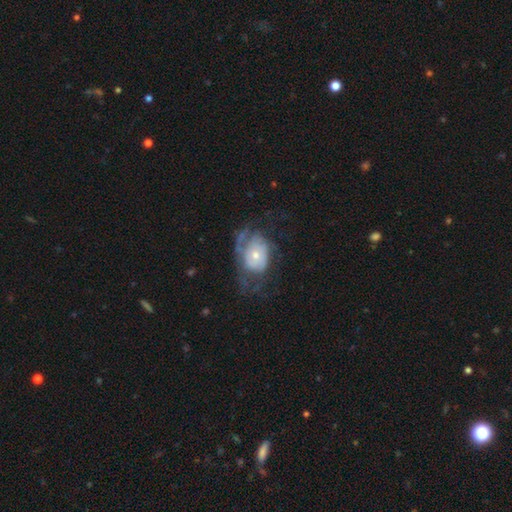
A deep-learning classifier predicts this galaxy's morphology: Smooth or featured?
  - featured or disk: 61% *
  - smooth: 32%
  - star or artifact: 7%
Edge-on disk?
  - no: 96% *
  - yes: 4%
Bar?
  - no: 83% *
  - weak: 14%
  - strong: 3%
Spiral arms?
  - yes: 65% *
  - no: 35%
Bulge size?
  - moderate: 47% *
  - small: 46%
  - large: 5%
  - none: 2%
  - dominant: 1%
Merging?
  - none: 37% *
  - major disturbance: 36%
  - minor disturbance: 24%
  - merger: 2%